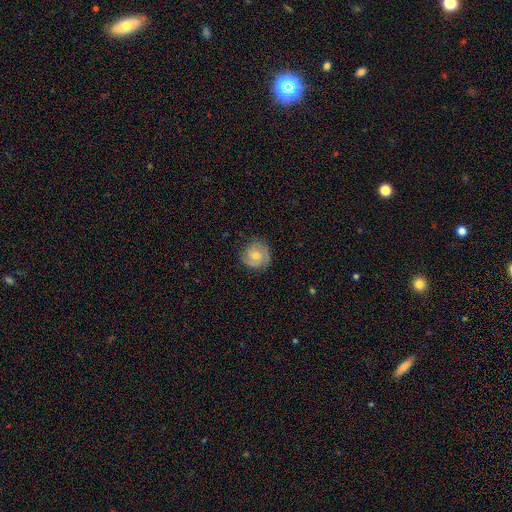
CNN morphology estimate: Smooth or featured?
  - featured or disk: 68% *
  - smooth: 24%
  - star or artifact: 8%
Edge-on disk?
  - no: 98% *
  - yes: 2%
Bar?
  - no: 58% *
  - weak: 35%
  - strong: 7%
Spiral arms?
  - yes: 92% *
  - no: 8%
Spiral winding?
  - tight: 61% *
  - medium: 31%
  - loose: 8%
Spiral arm count?
  - 2: 56% *
  - can't tell: 20%
  - 3: 12%
  - 1: 6%
  - 4: 3%
  - more than 4: 3%
Bulge size?
  - moderate: 56% *
  - small: 39%
  - large: 2%
  - none: 2%
  - dominant: 1%
Merging?
  - none: 80% *
  - minor disturbance: 15%
  - major disturbance: 4%
  - merger: 1%